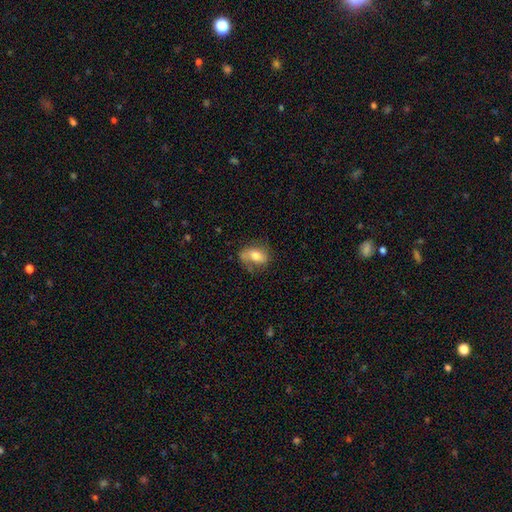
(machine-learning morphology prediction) The model was most divided on "smooth or featured": smooth: 60%, featured or disk: 32%, star or artifact: 8%. More confident: how rounded — in between (82%); merging — none (61%).